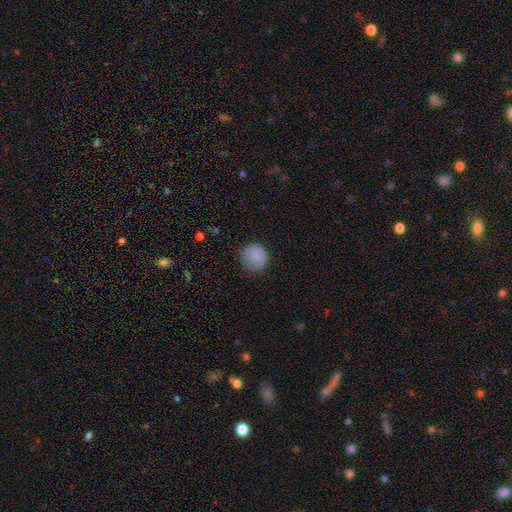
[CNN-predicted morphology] A smooth galaxy with no disk features (85%) that is round (88%). Merging: none (77%).